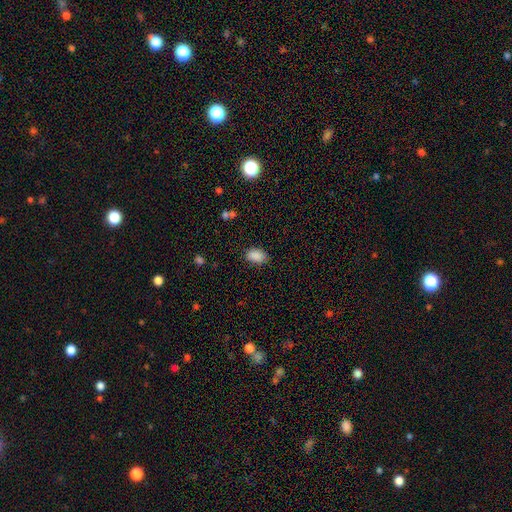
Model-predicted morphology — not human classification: smooth-or-featured: smooth: 88% | star or artifact: 8% | featured or disk: 3%
  how-rounded: in between: 86% | round: 12% | cigar-shaped: 1%
  merging: none: 81% | minor disturbance: 14% | major disturbance: 3% | merger: 1%